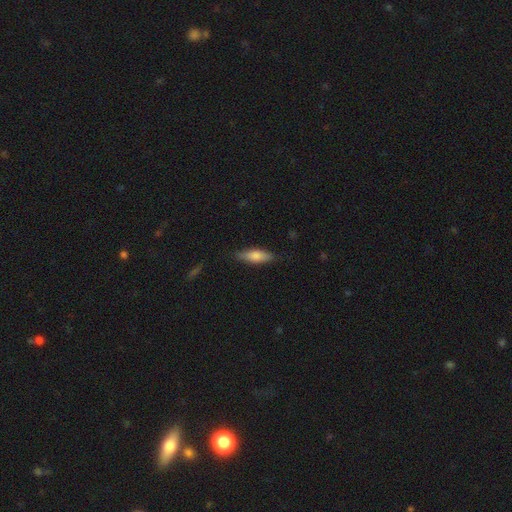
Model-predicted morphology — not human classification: type=smooth (68%); roundness=cigar-shaped (54%); merging=none (84%).